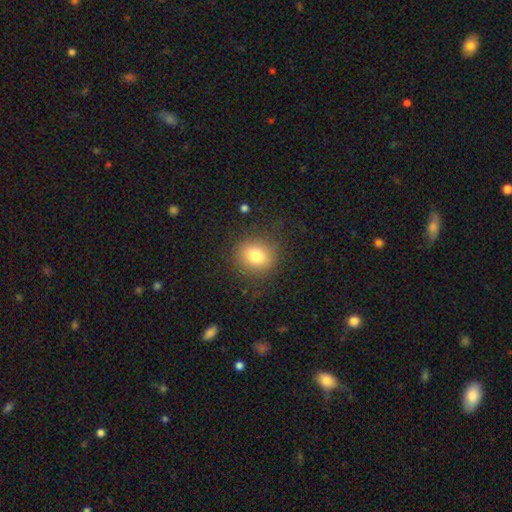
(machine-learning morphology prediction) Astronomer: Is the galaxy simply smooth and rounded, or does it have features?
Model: smooth — 79%.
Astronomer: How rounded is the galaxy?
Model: round — 78%.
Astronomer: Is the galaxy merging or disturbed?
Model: none — 83%.